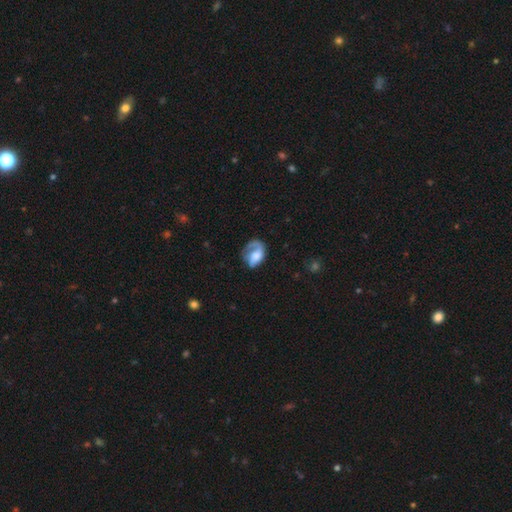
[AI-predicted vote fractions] The model was most divided on "merging": major disturbance: 37%, none: 35%, minor disturbance: 24%, merger: 3%. Remaining: edge-on disk — no (97%); spiral arms — yes (77%); bar — no (69%); smooth or featured — featured or disk (55%); bulge size — large (31%).